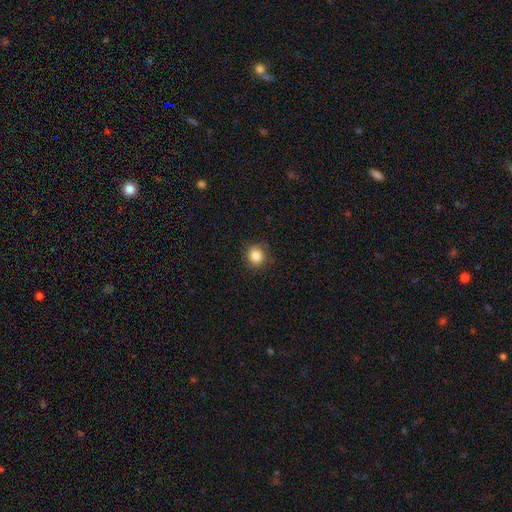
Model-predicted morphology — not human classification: smooth-or-featured: smooth: 84% | star or artifact: 11% | featured or disk: 5%
  how-rounded: round: 89% | in between: 10% | cigar-shaped: 1%
  merging: none: 89% | minor disturbance: 7% | major disturbance: 2% | merger: 1%